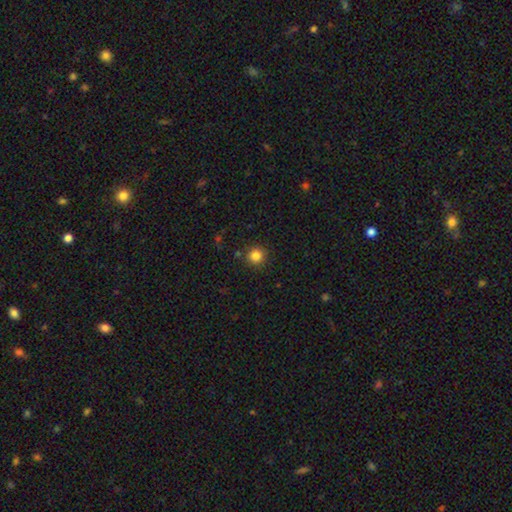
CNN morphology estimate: Smooth or featured? Predicted: smooth (p=0.84). How rounded? Predicted: round (p=0.94). Merging? Predicted: none (p=0.89).